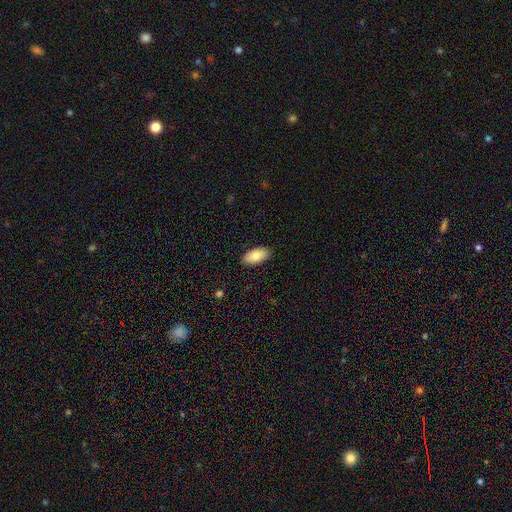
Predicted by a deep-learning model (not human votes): smooth 83%, featured or disk 11%, star or artifact 6%. Down the decision tree: how rounded — in between (93%); merging — none (89%).